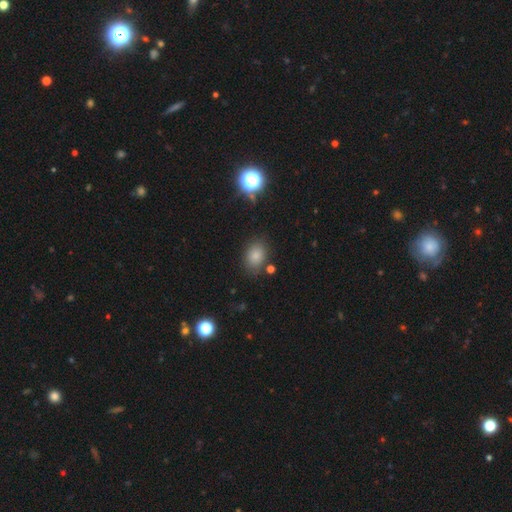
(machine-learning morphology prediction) Q: Smooth or featured?
A: smooth (79%); runner-up: star or artifact (14%)
Q: How rounded?
A: in between (69%); runner-up: round (30%)
Q: Merging?
A: none (80%); runner-up: minor disturbance (12%)